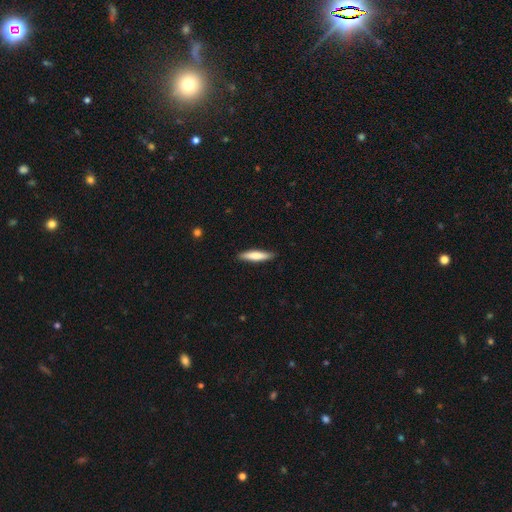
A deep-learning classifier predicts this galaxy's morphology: Smooth or featured?
  - smooth: 75% *
  - featured or disk: 20%
  - star or artifact: 5%
How rounded?
  - cigar-shaped: 84% *
  - in between: 15%
  - round: 1%
Merging?
  - none: 88% *
  - minor disturbance: 9%
  - major disturbance: 2%
  - merger: 1%